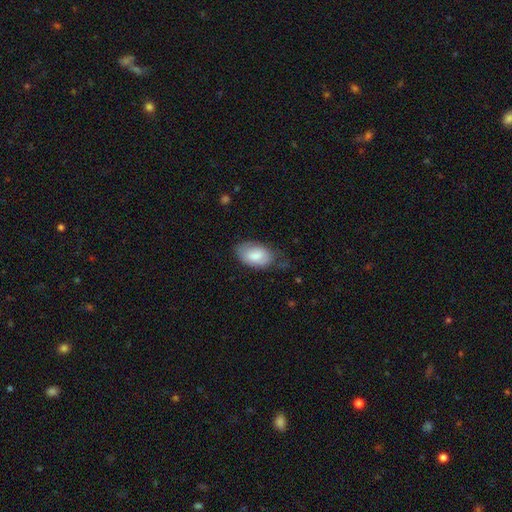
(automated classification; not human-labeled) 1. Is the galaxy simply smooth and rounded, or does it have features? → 81% smooth, 13% featured or disk, 6% star or artifact.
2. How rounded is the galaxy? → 94% in between, 5% round, 1% cigar-shaped.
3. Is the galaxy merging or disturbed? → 59% none, 30% minor disturbance, 9% major disturbance, 2% merger.